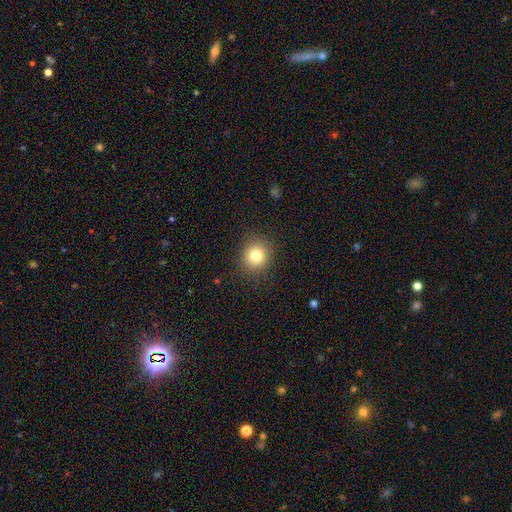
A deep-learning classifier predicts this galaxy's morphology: smooth-or-featured: smooth: 81% | star or artifact: 12% | featured or disk: 7%
  how-rounded: round: 85% | in between: 14% | cigar-shaped: 1%
  merging: none: 88% | minor disturbance: 8% | major disturbance: 3% | merger: 1%